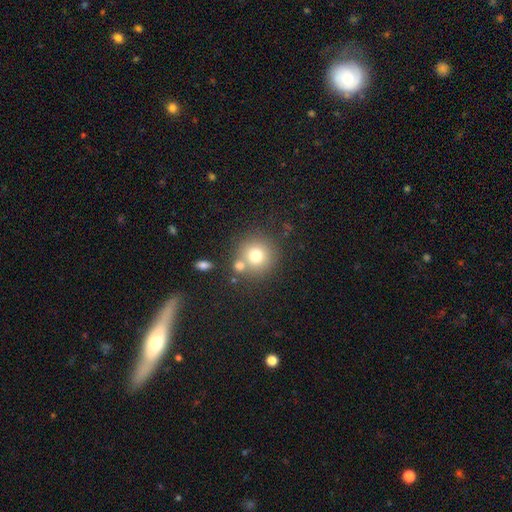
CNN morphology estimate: A smooth galaxy with no disk features (74%) that is round (92%). Merging: none (67%).